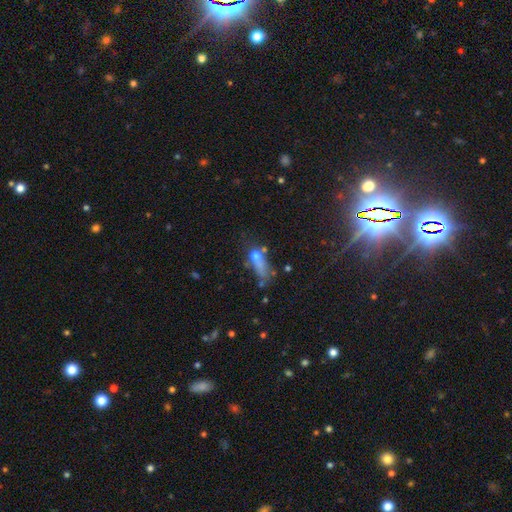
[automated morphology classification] smooth_or_featured: smooth (p=0.58) [alt: featured or disk p=0.25]
how_rounded: in between (p=0.56) [alt: round p=0.22]
merging: major disturbance (p=0.29) [alt: none p=0.27]